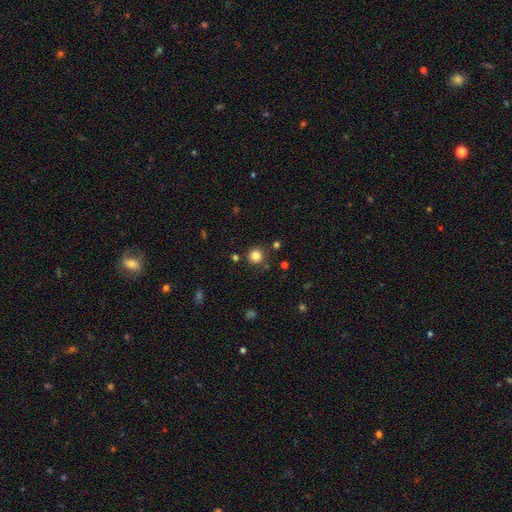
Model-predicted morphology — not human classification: Smooth or featured?
  - smooth: 83% *
  - star or artifact: 12%
  - featured or disk: 5%
How rounded?
  - round: 93% *
  - in between: 6%
  - cigar-shaped: 1%
Merging?
  - none: 86% *
  - minor disturbance: 8%
  - merger: 4%
  - major disturbance: 3%